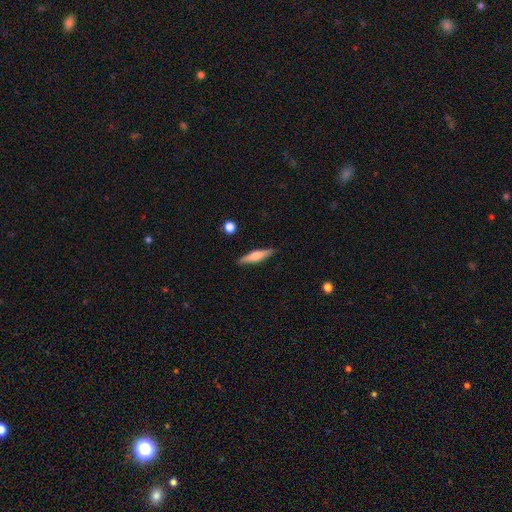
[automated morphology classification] featured or disk 52%, smooth 42%, star or artifact 6%. Down the decision tree: edge-on disk — yes (96%); merging — none (89%).